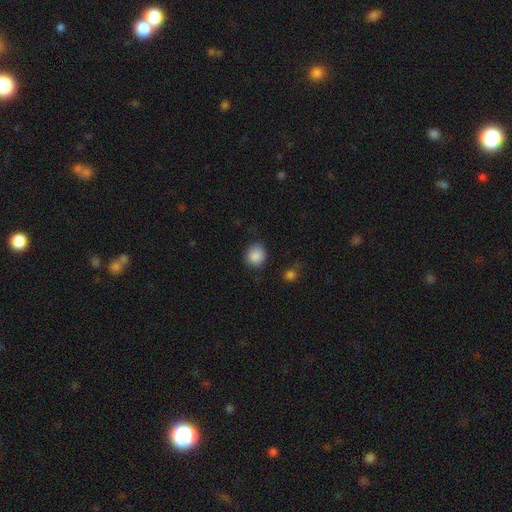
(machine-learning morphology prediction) A smooth galaxy with no disk features (88%) that is round (80%). Merging: none (80%).